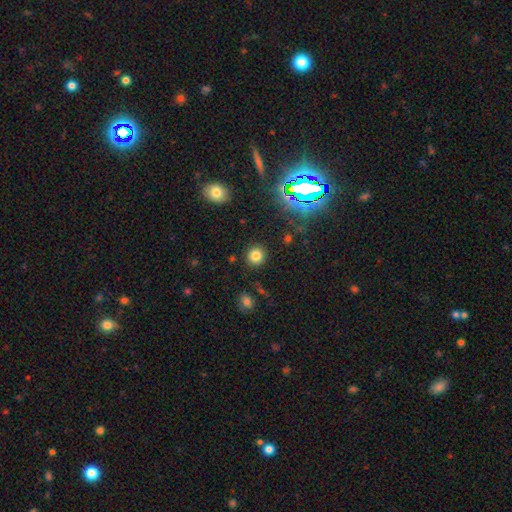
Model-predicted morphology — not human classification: A smooth galaxy with no disk features (79%) that is round (90%). Merging: none (90%).